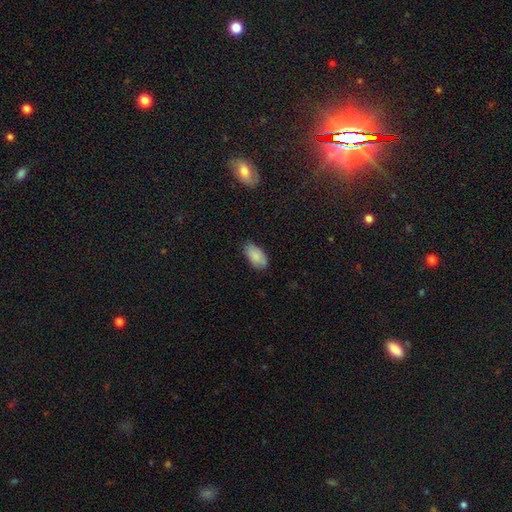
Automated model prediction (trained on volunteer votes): smooth-or-featured: smooth: 87% | star or artifact: 7% | featured or disk: 6%
  how-rounded: in between: 94% | round: 3% | cigar-shaped: 2%
  merging: none: 73% | minor disturbance: 22% | major disturbance: 4% | merger: 1%